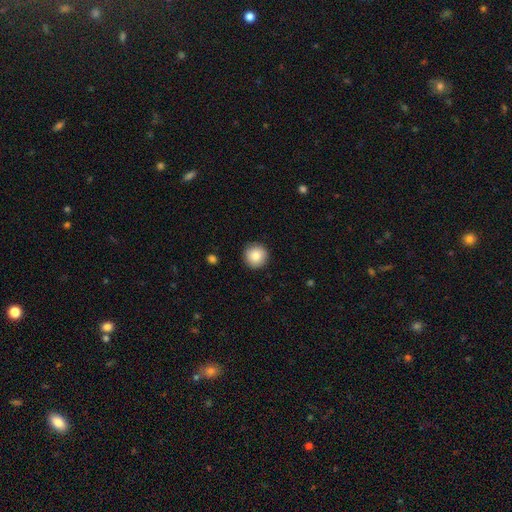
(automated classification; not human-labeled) Smooth or featured? Predicted: smooth (p=0.85). How rounded? Predicted: round (p=0.95). Merging? Predicted: none (p=0.91).